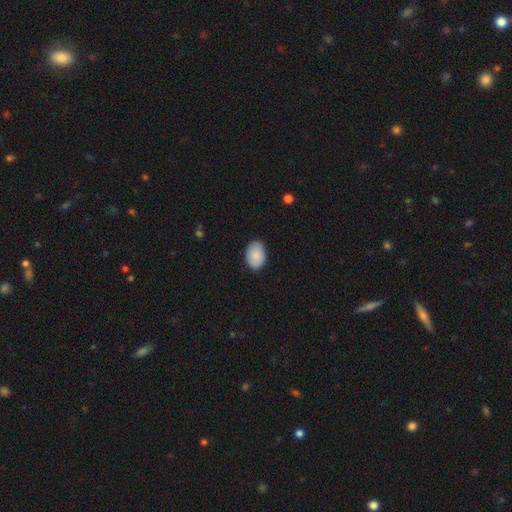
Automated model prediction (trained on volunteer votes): Smooth or featured? smooth (88%)
How rounded? in between (86%)
Merging? none (86%)